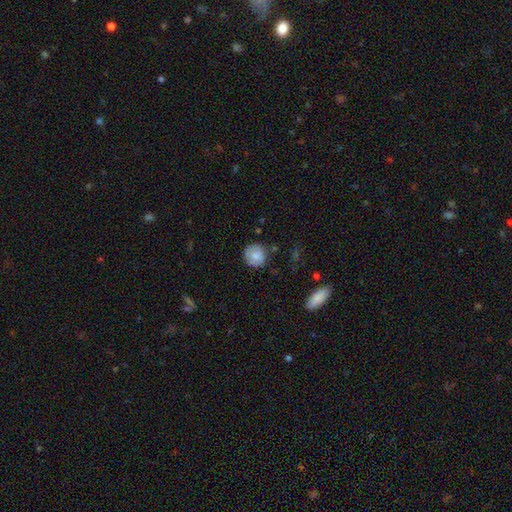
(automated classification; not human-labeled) Smooth or featured?
  - smooth: 76% *
  - featured or disk: 17%
  - star or artifact: 7%
How rounded?
  - round: 91% *
  - in between: 8%
  - cigar-shaped: 1%
Merging?
  - none: 79% *
  - minor disturbance: 16%
  - major disturbance: 3%
  - merger: 2%